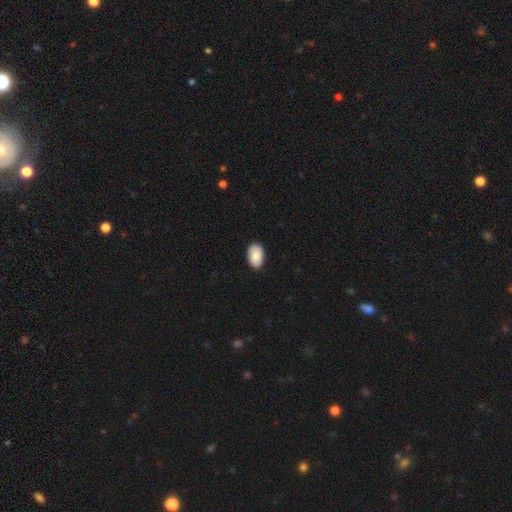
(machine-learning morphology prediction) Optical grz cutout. It shows a smooth galaxy with no disk features (90%) that is in between round and cigar-shaped (94%). Merging: none (89%).